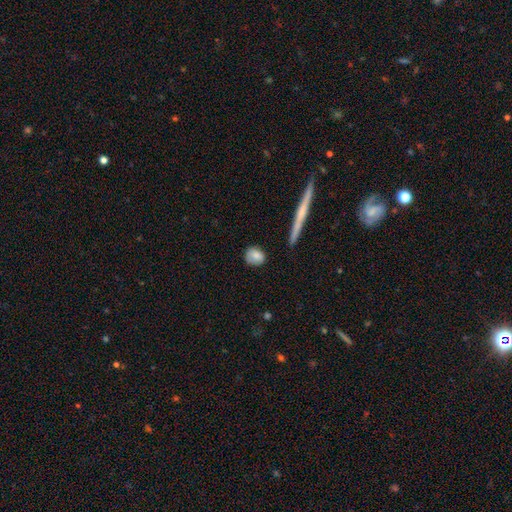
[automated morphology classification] Smooth or featured?
  - smooth: 83% *
  - featured or disk: 10%
  - star or artifact: 7%
How rounded?
  - round: 53% *
  - in between: 43%
  - cigar-shaped: 4%
Merging?
  - none: 81% *
  - minor disturbance: 14%
  - major disturbance: 3%
  - merger: 2%